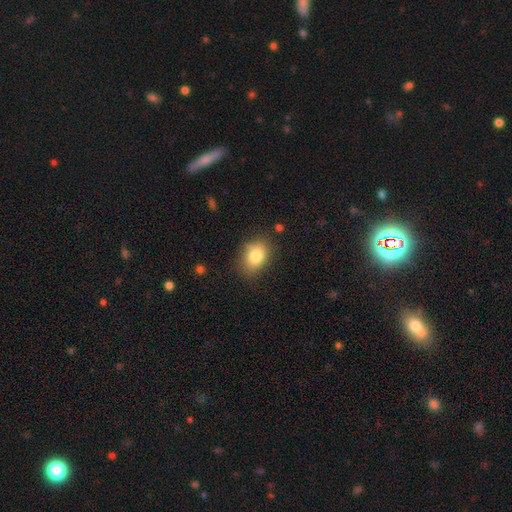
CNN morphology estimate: A smooth galaxy with no disk features (82%) that is in between round and cigar-shaped (70%).

Vote fractions:
- Smooth or featured? smooth: 82% / star or artifact: 9% / featured or disk: 9%
- How rounded? in between: 70% / round: 29% / cigar-shaped: 1%
- Merging? none: 78% / minor disturbance: 16% / major disturbance: 4% / merger: 2%